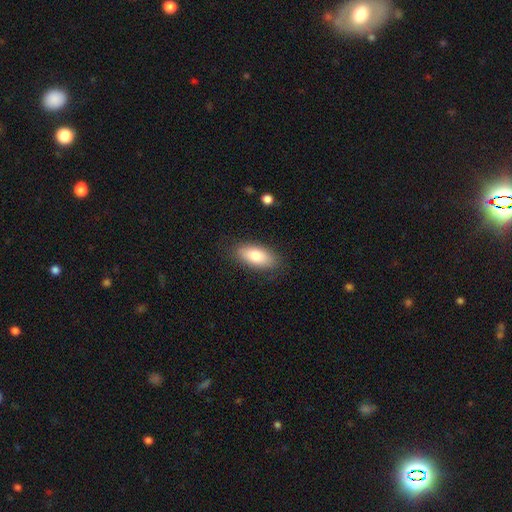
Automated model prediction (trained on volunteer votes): The model was most divided on "smooth or featured": smooth: 81%, featured or disk: 12%, star or artifact: 7%. More confident: how rounded — in between (87%); merging — none (84%).